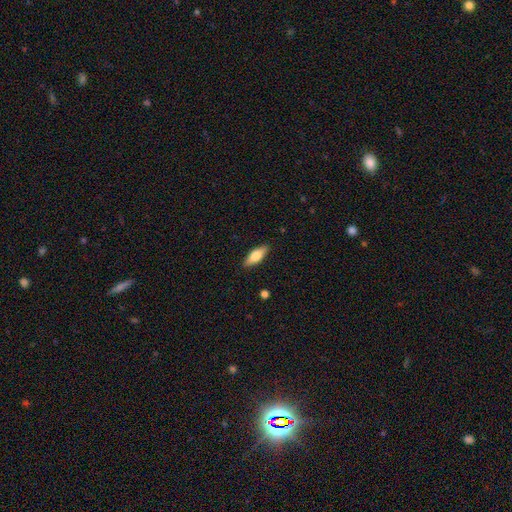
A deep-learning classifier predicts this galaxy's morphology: Smooth or featured? smooth (69%)
How rounded? in between (70%)
Merging? none (88%)